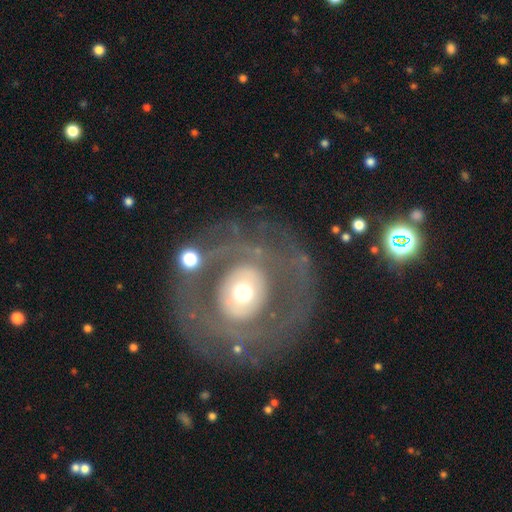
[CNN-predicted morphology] Smooth or featured: featured or disk — 68% (smooth — 24%)
Edge-on disk: no — 96% (yes — 4%)
Bar: no — 77% (weak — 16%)
Spiral arms: no — 59% (yes — 41%)
Bulge size: moderate — 59% (large — 20%)
Merging: none — 75% (minor disturbance — 12%)